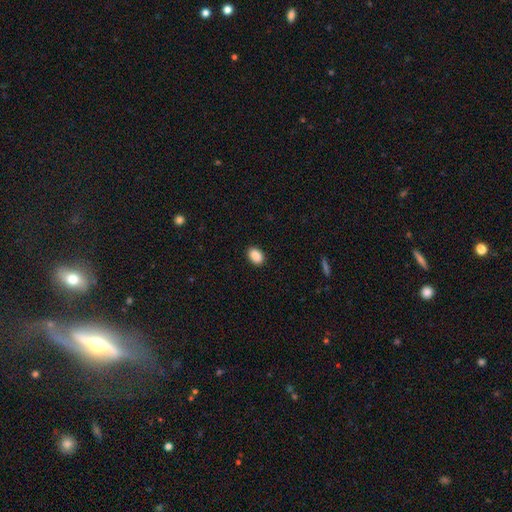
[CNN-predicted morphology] smooth 90%, star or artifact 8%, featured or disk 3%. Down the decision tree: how rounded — in between (84%); merging — none (90%).